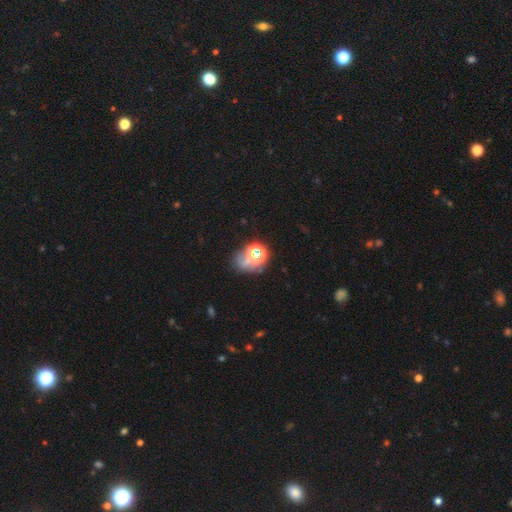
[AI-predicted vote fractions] Q: Smooth or featured?
A: smooth (41%); runner-up: star or artifact (38%)
Q: Merging?
A: none (45%); runner-up: major disturbance (19%)